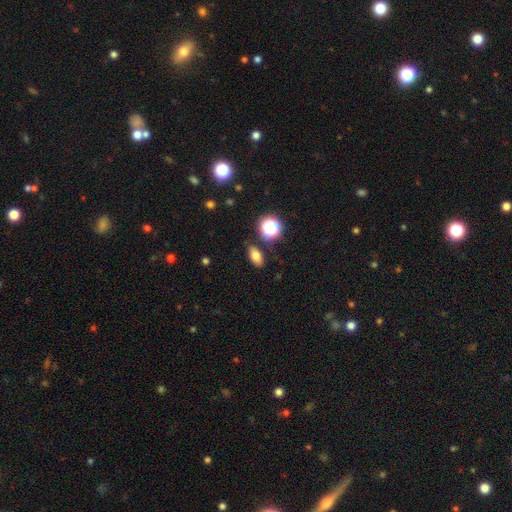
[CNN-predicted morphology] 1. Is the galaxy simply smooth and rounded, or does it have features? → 76% smooth, 15% star or artifact, 9% featured or disk.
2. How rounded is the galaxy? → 83% in between, 12% round, 5% cigar-shaped.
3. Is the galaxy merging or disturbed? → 82% none, 11% minor disturbance, 4% merger, 3% major disturbance.